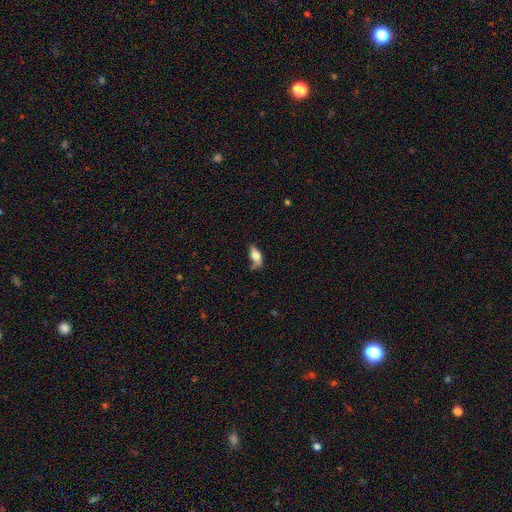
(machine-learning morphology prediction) The model was most divided on "merging": none: 45%, minor disturbance: 35%, major disturbance: 14%, merger: 5%. More confident: how rounded — in between (80%); smooth or featured — smooth (69%).